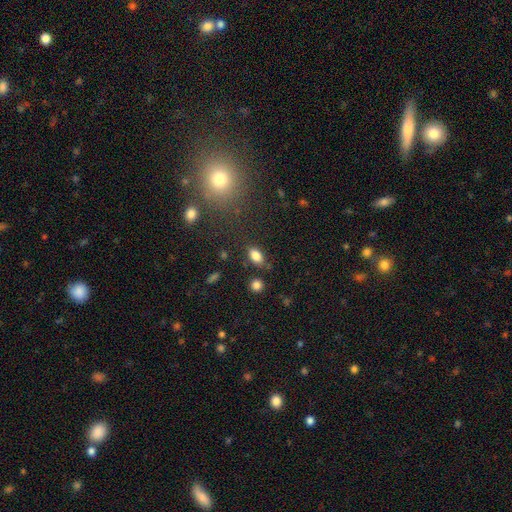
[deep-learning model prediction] Smooth or featured?
  - smooth: 84% *
  - star or artifact: 10%
  - featured or disk: 7%
How rounded?
  - in between: 87% *
  - round: 10%
  - cigar-shaped: 3%
Merging?
  - none: 78% *
  - minor disturbance: 13%
  - merger: 4%
  - major disturbance: 4%